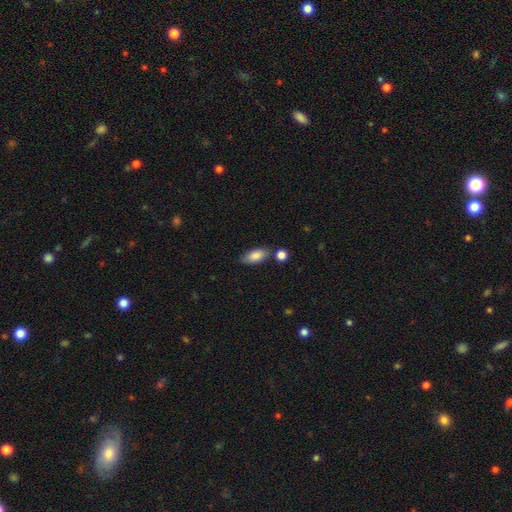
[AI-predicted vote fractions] Overall: smooth (85%). How rounded: in between (86%). Merging: none (72%).